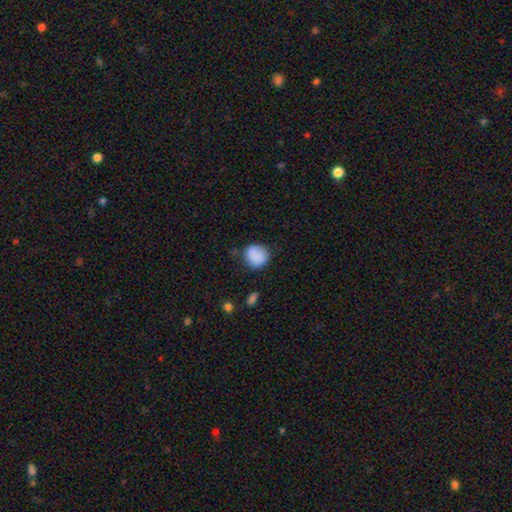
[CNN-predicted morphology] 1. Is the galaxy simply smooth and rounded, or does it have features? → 83% smooth, 9% featured or disk, 8% star or artifact.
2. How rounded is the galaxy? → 83% round, 16% in between, 1% cigar-shaped.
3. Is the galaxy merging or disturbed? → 69% none, 21% minor disturbance, 6% major disturbance, 4% merger.